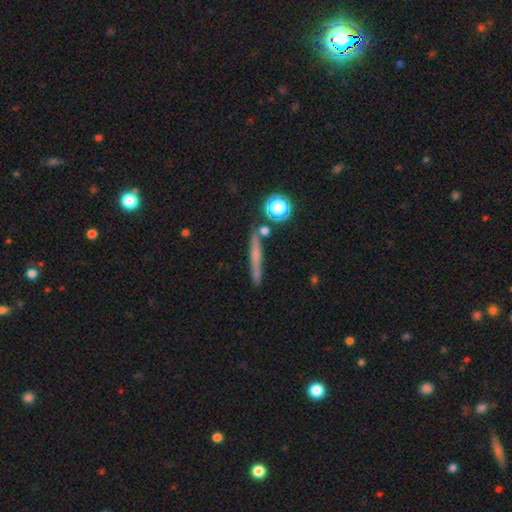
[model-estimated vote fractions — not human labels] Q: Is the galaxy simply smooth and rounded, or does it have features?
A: smooth — 45%.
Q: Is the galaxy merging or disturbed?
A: none — 84%.